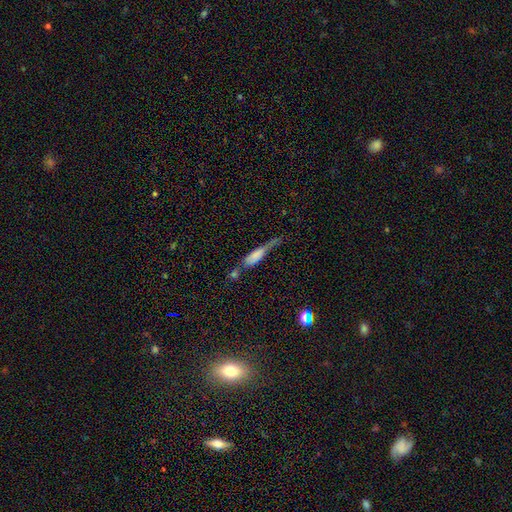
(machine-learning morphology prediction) Smooth or featured: smooth — 63% (featured or disk — 27%)
How rounded: cigar-shaped — 63% (in between — 33%)
Merging: none — 26% (tied with minor disturbance — 26%)